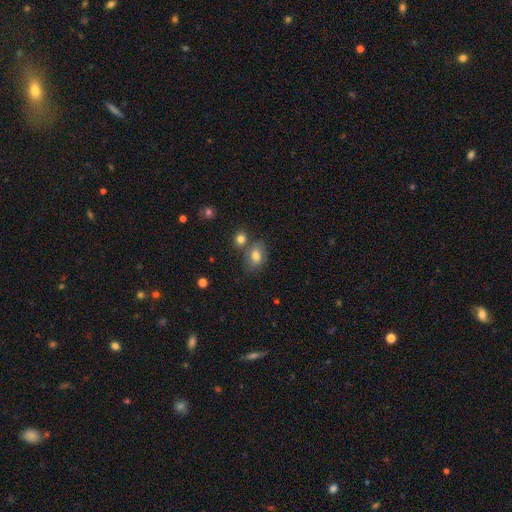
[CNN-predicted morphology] type=smooth (74%); roundness=in between (68%); merging=none (58%).